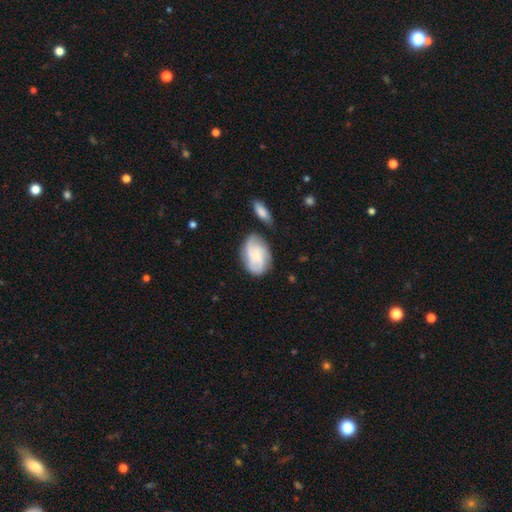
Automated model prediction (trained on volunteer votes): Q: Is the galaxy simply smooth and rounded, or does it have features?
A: featured or disk — 48%.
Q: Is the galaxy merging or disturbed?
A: none — 62%.